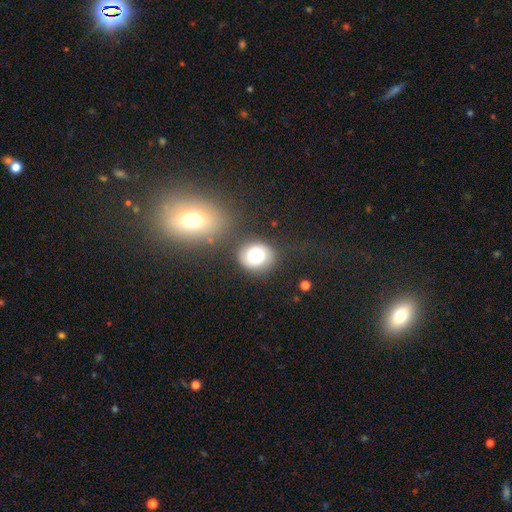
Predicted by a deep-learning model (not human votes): A smooth galaxy with no disk features (76%) that is round (64%).

Vote fractions:
- Smooth or featured? smooth: 76% / featured or disk: 15% / star or artifact: 9%
- How rounded? round: 64% / in between: 35% / cigar-shaped: 1%
- Merging? none: 74% / minor disturbance: 14% / merger: 7% / major disturbance: 6%